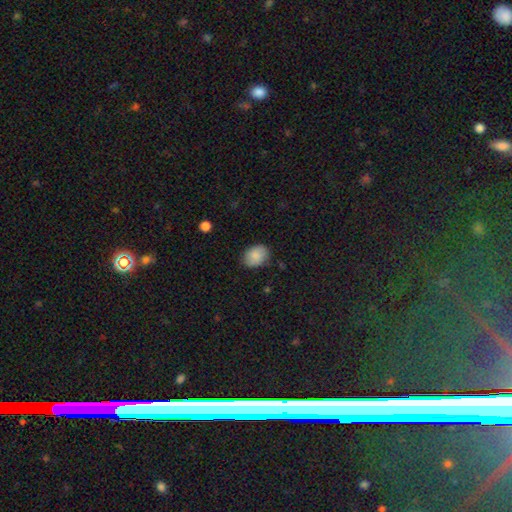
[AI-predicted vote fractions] The model was most divided on "how rounded": in between: 72%, round: 27%, cigar-shaped: 1%. More confident: smooth or featured — smooth (87%); merging — none (83%).